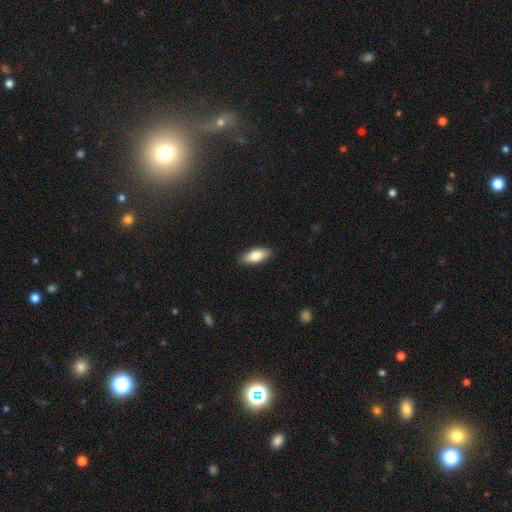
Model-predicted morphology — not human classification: smooth 82%, featured or disk 12%, star or artifact 6%. Down the decision tree: how rounded — in between (81%); merging — none (88%).